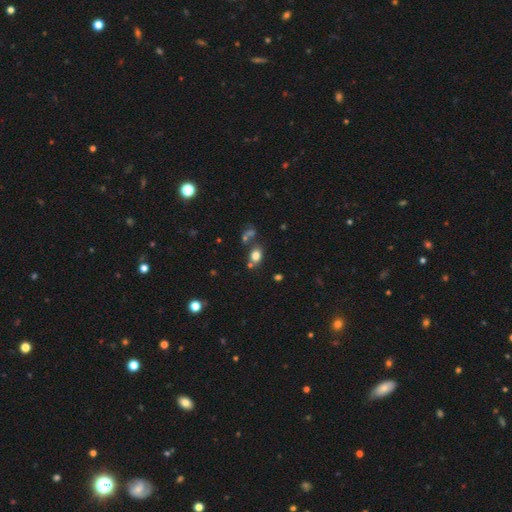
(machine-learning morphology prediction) A smooth galaxy with no disk features (77%) that is in between round and cigar-shaped (57%). Merging: none (66%).